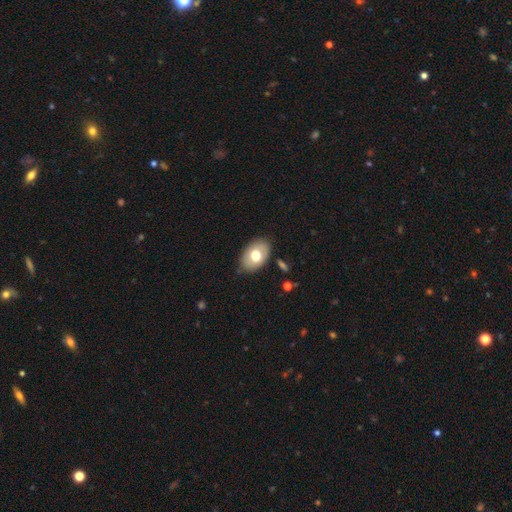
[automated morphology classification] Smooth or featured: smooth — 67% (featured or disk — 26%)
How rounded: in between — 87% (round — 12%)
Merging: none — 83% (minor disturbance — 12%)